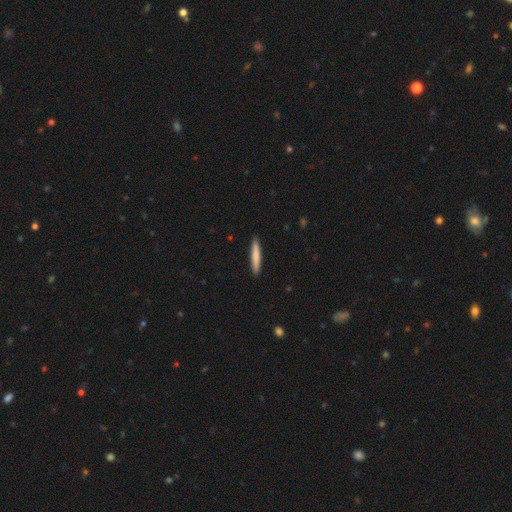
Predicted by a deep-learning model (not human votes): Smooth or featured? smooth (79%)
How rounded? cigar-shaped (94%)
Merging? none (92%)